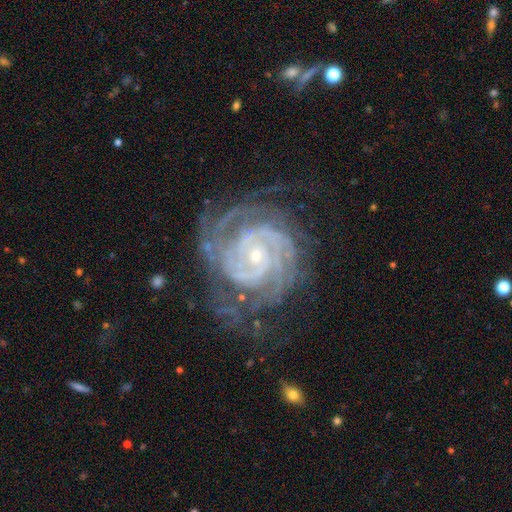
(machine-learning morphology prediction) Smooth or featured? Predicted: featured or disk (p=0.91). Edge-on disk? Predicted: no (p=0.98). Bar? Predicted: no (p=0.68). Spiral arms? Predicted: yes (p=0.99). Spiral winding? Predicted: tight (p=0.79). Spiral arm count? Predicted: 2 (p=0.28). Bulge size? Predicted: small (p=0.78). Merging? Predicted: none (p=0.68).